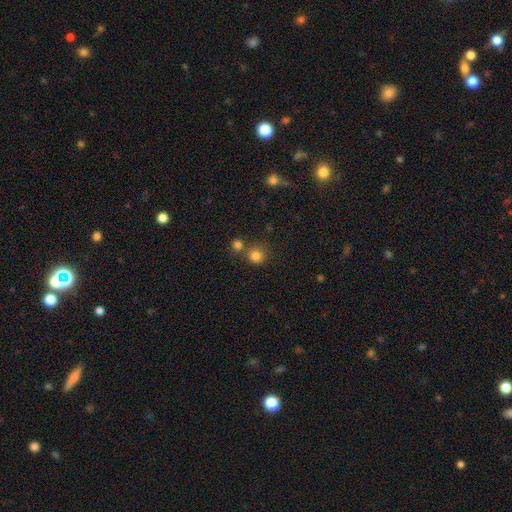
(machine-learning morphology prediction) The model was most divided on "merging": none: 68%, merger: 22%, minor disturbance: 8%, major disturbance: 3%. More confident: how rounded — round (91%); smooth or featured — smooth (80%).